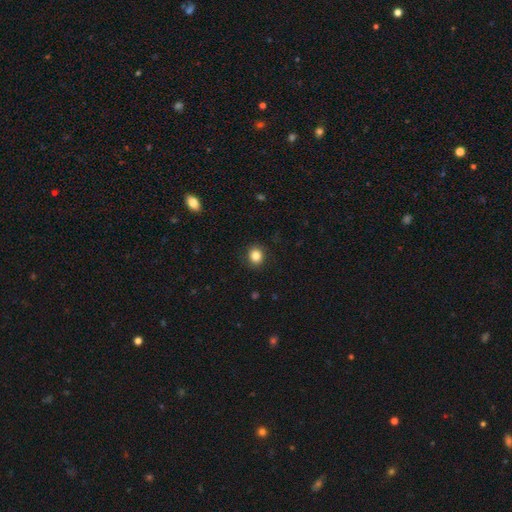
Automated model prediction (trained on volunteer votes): smooth 85%, star or artifact 10%, featured or disk 5%. Down the decision tree: how rounded — round (75%); merging — none (88%).